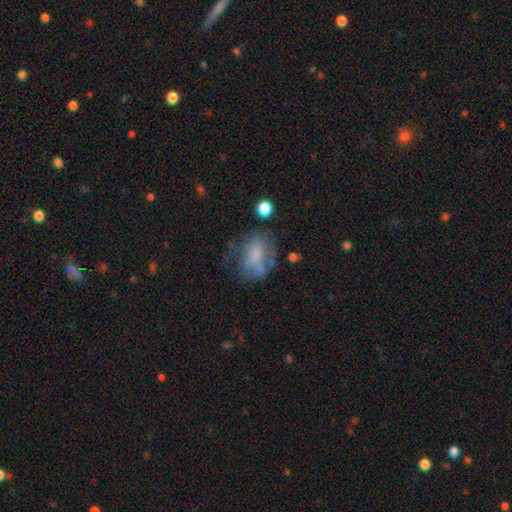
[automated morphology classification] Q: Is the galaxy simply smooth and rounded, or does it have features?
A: smooth — 55%.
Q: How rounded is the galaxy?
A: in between — 73%.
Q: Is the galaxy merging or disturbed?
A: none — 42%.